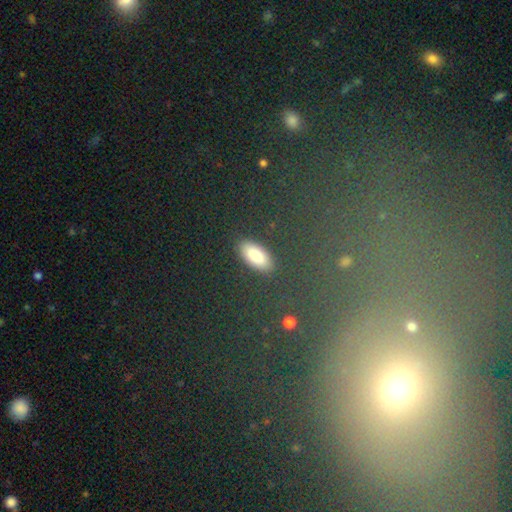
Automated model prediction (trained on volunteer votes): Q: Smooth or featured?
A: smooth (82%); runner-up: star or artifact (11%)
Q: How rounded?
A: in between (86%); runner-up: cigar-shaped (11%)
Q: Merging?
A: none (87%); runner-up: minor disturbance (8%)